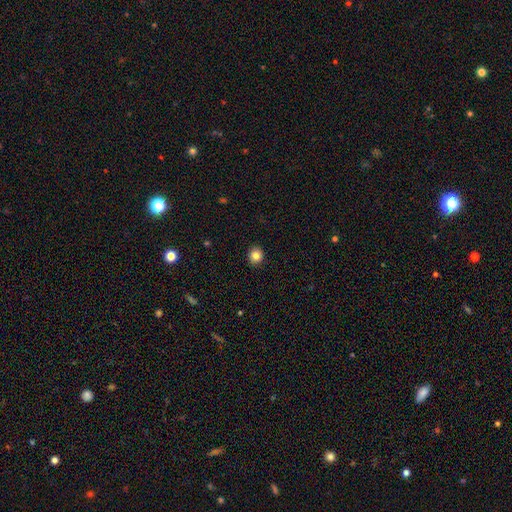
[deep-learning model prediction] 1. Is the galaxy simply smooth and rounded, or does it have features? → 84% smooth, 10% star or artifact, 6% featured or disk.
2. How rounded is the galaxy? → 83% round, 16% in between, 1% cigar-shaped.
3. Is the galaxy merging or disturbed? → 92% none, 5% minor disturbance, 2% major disturbance, 1% merger.